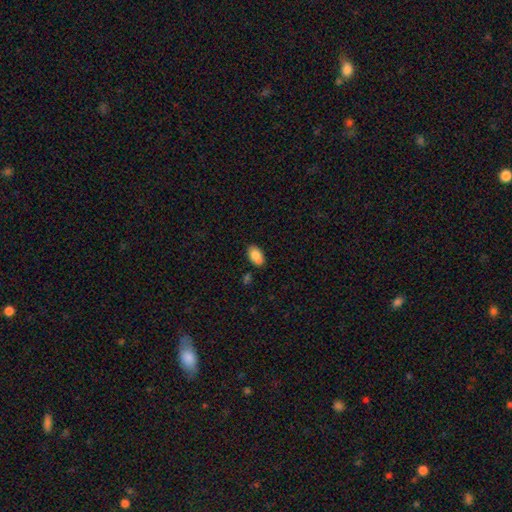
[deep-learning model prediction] Q: Smooth or featured?
A: smooth (86%); runner-up: featured or disk (7%)
Q: How rounded?
A: in between (94%); runner-up: round (4%)
Q: Merging?
A: none (81%); runner-up: minor disturbance (13%)